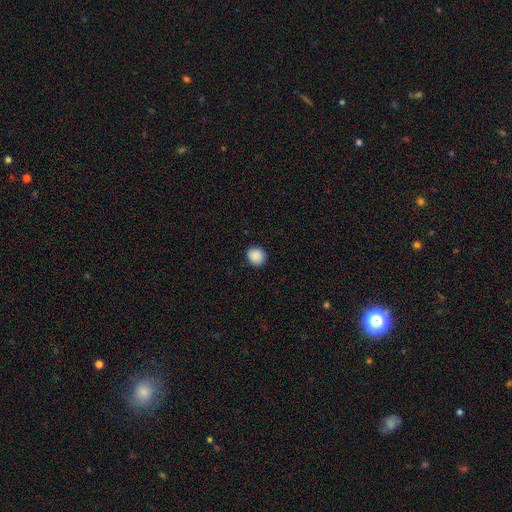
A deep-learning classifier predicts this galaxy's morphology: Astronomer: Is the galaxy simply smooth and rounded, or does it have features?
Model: smooth — 89%.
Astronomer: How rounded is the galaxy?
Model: round — 89%.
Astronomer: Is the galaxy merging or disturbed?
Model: none — 90%.